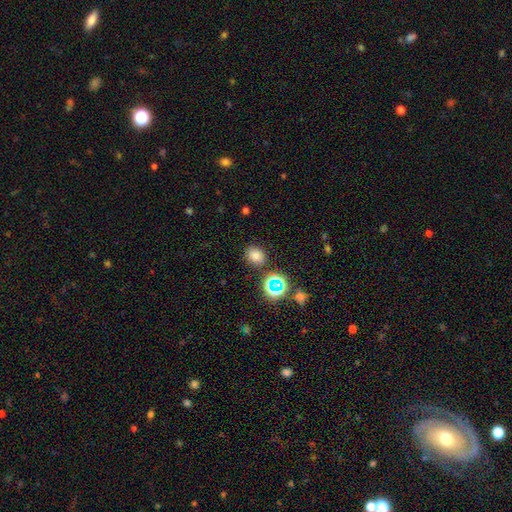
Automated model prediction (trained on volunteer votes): Overall: smooth (73%). How rounded: round (56%; in between 43%). Merging: none (83%).